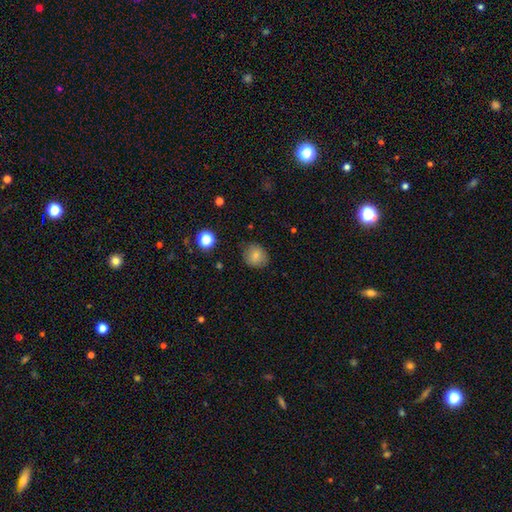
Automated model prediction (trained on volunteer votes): smooth_or_featured: smooth (p=0.79) [alt: star or artifact p=0.11]
how_rounded: round (p=0.78) [alt: in between p=0.21]
merging: none (p=0.80) [alt: minor disturbance p=0.15]